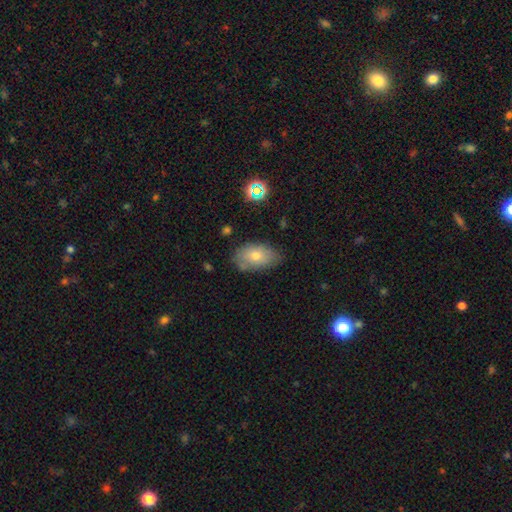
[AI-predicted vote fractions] Q: Smooth or featured?
A: smooth (71%); runner-up: featured or disk (20%)
Q: How rounded?
A: in between (90%); runner-up: round (8%)
Q: Merging?
A: none (69%); runner-up: minor disturbance (23%)